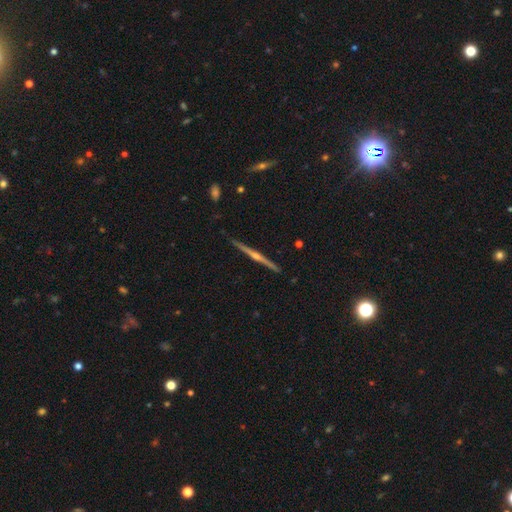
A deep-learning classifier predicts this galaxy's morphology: This is clearly a featured or disk galaxy (85%). It is clearly viewed edge-on (99%). Edge-on bulge: clearly rounded (90%). Merging: clearly none (91%).